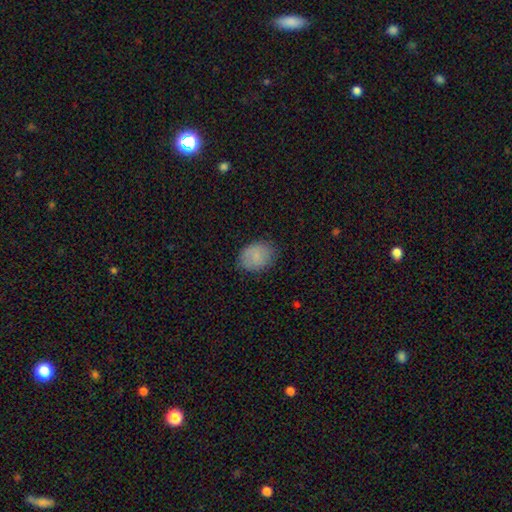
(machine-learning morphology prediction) smooth_or_featured: smooth (p=0.81) [alt: featured or disk p=0.11]
how_rounded: in between (p=0.61) [alt: round p=0.38]
merging: none (p=0.78) [alt: minor disturbance p=0.17]